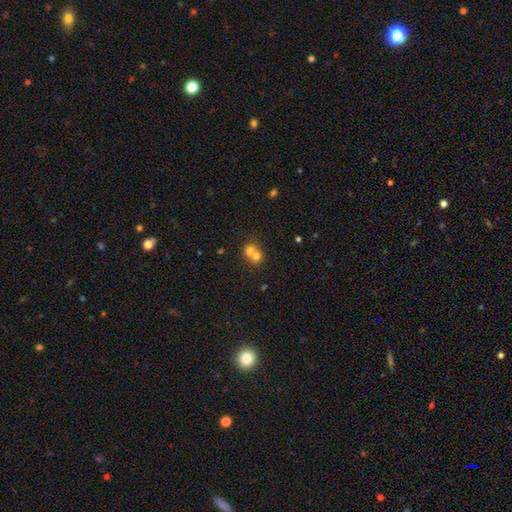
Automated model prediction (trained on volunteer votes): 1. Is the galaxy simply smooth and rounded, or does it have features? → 68% smooth, 19% featured or disk, 13% star or artifact.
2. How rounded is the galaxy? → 73% round, 26% in between, 1% cigar-shaped.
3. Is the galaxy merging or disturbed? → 67% merger, 26% none, 5% minor disturbance, 3% major disturbance.